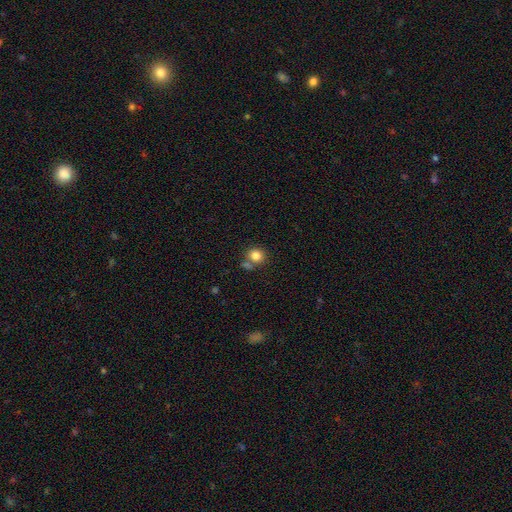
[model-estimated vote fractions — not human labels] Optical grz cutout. It shows a smooth galaxy with no disk features (82%) that is round (79%). Merging: none (63%).